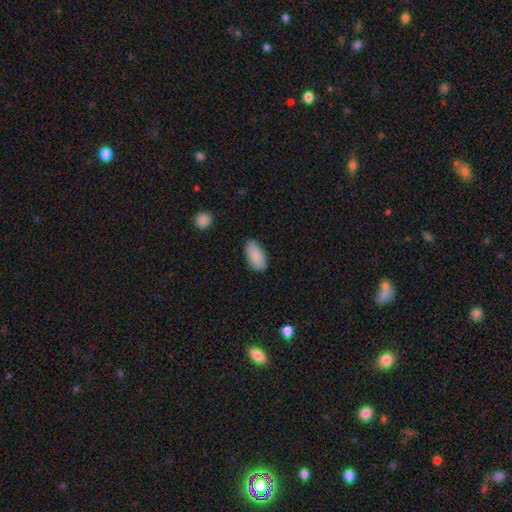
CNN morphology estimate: Smooth or featured: smooth — 87% (featured or disk — 6%)
How rounded: in between — 93% (cigar-shaped — 5%)
Merging: none — 82% (minor disturbance — 14%)